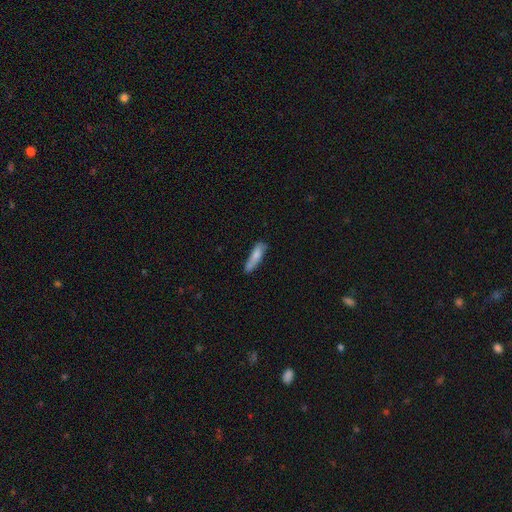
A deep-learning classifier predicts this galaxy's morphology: A smooth galaxy with no disk features (76%) that is cigar-shaped (72%).

Vote fractions:
- Smooth or featured? smooth: 76% / featured or disk: 17% / star or artifact: 7%
- How rounded? cigar-shaped: 72% / in between: 26% / round: 2%
- Merging? none: 56% / minor disturbance: 27% / merger: 9% / major disturbance: 8%